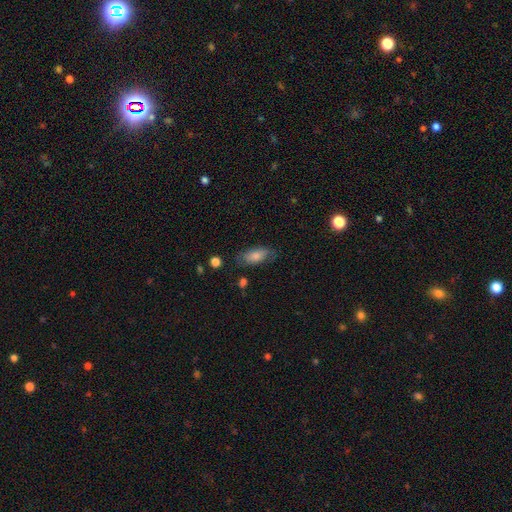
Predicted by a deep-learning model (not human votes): The model was most divided on "merging": none: 70%, minor disturbance: 21%, major disturbance: 7%, merger: 2%. More confident: how rounded — in between (87%); smooth or featured — smooth (73%).